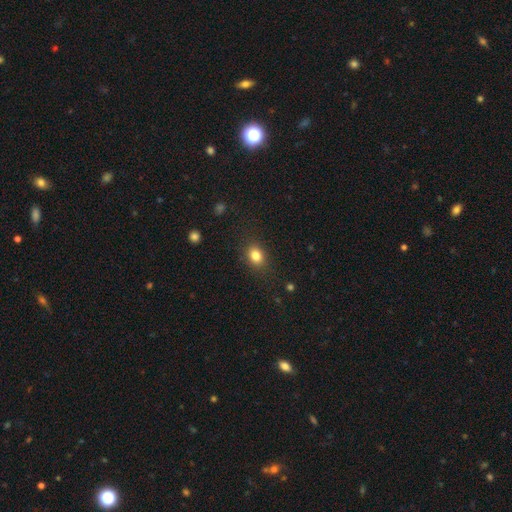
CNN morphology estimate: A smooth galaxy with no disk features (83%) that is in between round and cigar-shaped (59%). Merging: none (85%).